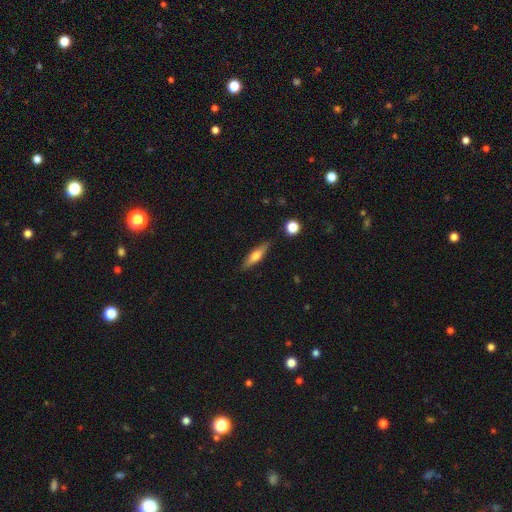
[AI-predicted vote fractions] Overall: featured or disk (51%; smooth 42%). Edge-on disk: yes (93%). Merging: none (87%).